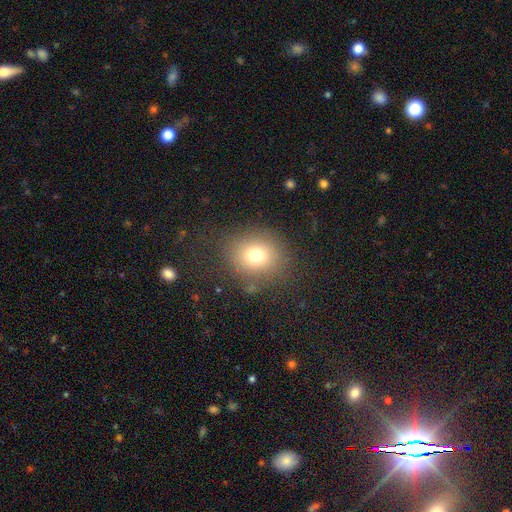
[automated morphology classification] Smooth or featured: smooth — 72% (star or artifact — 16%)
How rounded: round — 78% (in between — 21%)
Merging: none — 81% (minor disturbance — 11%)